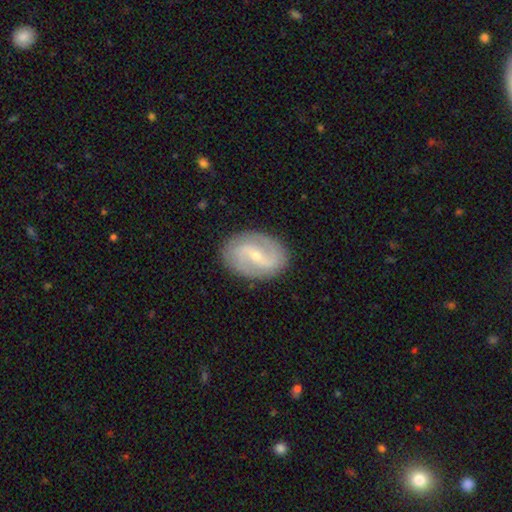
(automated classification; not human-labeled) A featured or disk galaxy (85%) with a weak bar (44%), 2 (89%) medium (45%) spiral arms (93%) and a small central bulge (66%).

Vote fractions:
- Smooth or featured? featured or disk: 85% / smooth: 10% / star or artifact: 5%
- Edge-on disk? no: 97% / yes: 3%
- Bar? weak: 44% / strong: 30% / no: 26%
- Spiral arms? yes: 93% / no: 7%
- Spiral winding? medium: 45% / loose: 30% / tight: 25%
- Spiral arm count? 2: 89% / can't tell: 5% / 3: 2% / 1: 1% / 4: 1% / more than 4: 1%
- Bulge size? small: 66% / moderate: 31% / none: 1% / large: 1% / dominant: 1%
- Merging? none: 86% / minor disturbance: 10% / major disturbance: 3% / merger: 1%